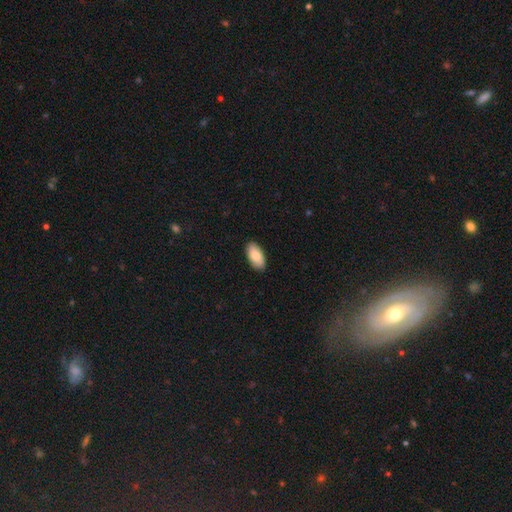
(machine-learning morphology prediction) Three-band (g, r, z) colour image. It shows a smooth galaxy with no disk features (83%) that is in between round and cigar-shaped (95%). Merging: none (89%).